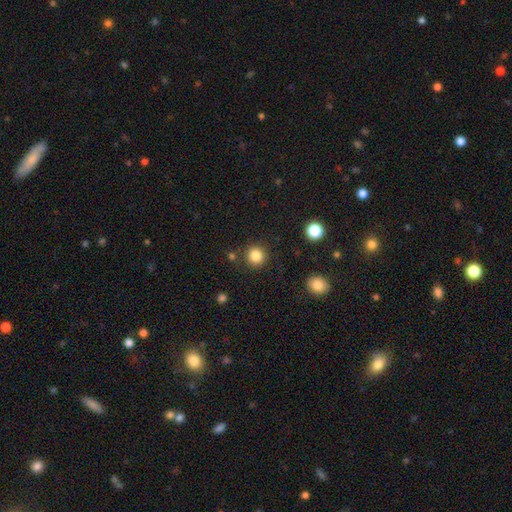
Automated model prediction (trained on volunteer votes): Overall: smooth (85%). How rounded: round (92%). Merging: none (87%).